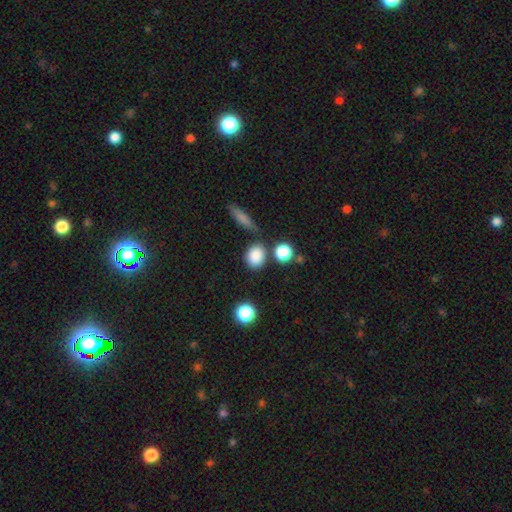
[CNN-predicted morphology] Overall: smooth (85%). How rounded: round (53%; in between 44%). Merging: none (71%).